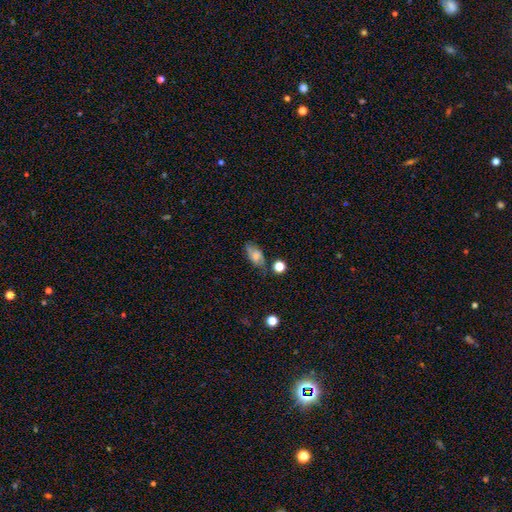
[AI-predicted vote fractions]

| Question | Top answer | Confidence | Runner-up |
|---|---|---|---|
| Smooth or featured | smooth | 71% | featured or disk (18%) |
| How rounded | in between | 86% | round (8%) |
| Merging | none | 63% | minor disturbance (25%) |